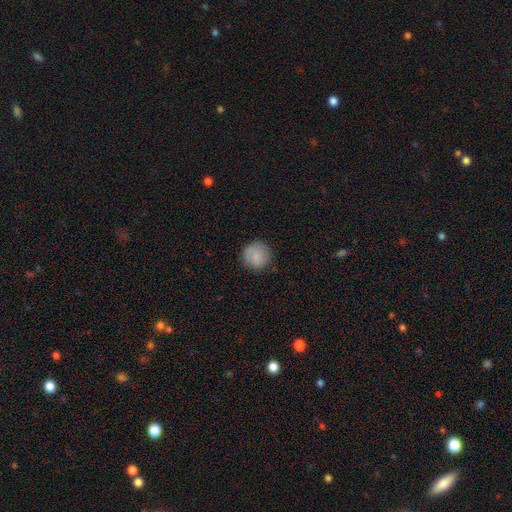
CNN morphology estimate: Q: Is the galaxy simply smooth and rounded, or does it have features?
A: smooth — 85%.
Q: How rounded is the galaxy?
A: round — 94%.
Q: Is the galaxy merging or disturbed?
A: none — 86%.